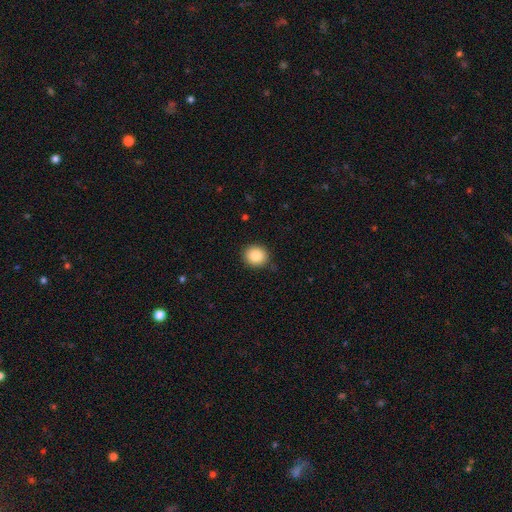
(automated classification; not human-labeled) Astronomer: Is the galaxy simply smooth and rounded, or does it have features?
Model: smooth — 85%.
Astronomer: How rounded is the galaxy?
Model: round — 83%.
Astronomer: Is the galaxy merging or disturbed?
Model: none — 88%.